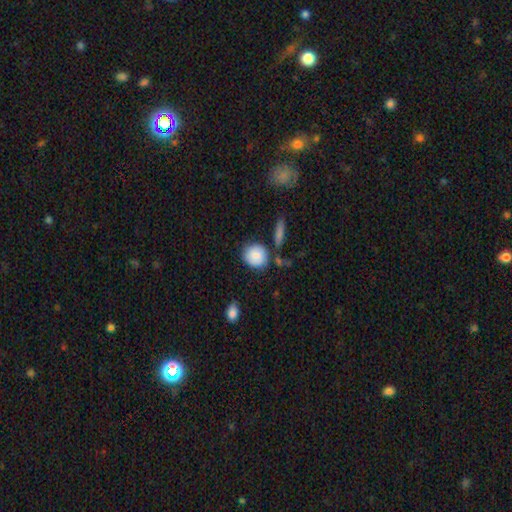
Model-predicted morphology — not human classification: Smooth or featured?
  - smooth: 77% *
  - featured or disk: 16%
  - star or artifact: 7%
How rounded?
  - round: 79% *
  - in between: 20%
  - cigar-shaped: 1%
Merging?
  - none: 72% *
  - minor disturbance: 16%
  - merger: 8%
  - major disturbance: 4%